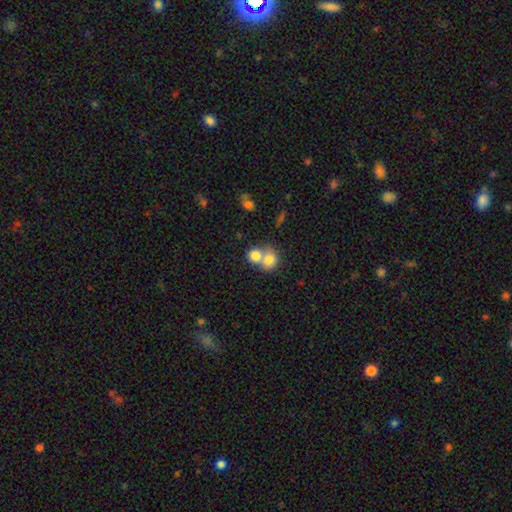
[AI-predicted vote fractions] This is likely a smooth galaxy (78%). How rounded: likely round (72%). Merging: likely merger (63%).